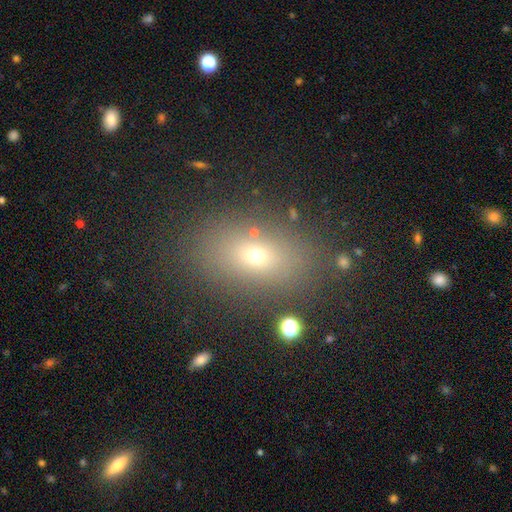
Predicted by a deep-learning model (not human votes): Smooth or featured?
  - smooth: 64% *
  - star or artifact: 20%
  - featured or disk: 16%
How rounded?
  - in between: 76% *
  - round: 19%
  - cigar-shaped: 5%
Merging?
  - none: 83% *
  - minor disturbance: 9%
  - major disturbance: 4%
  - merger: 3%